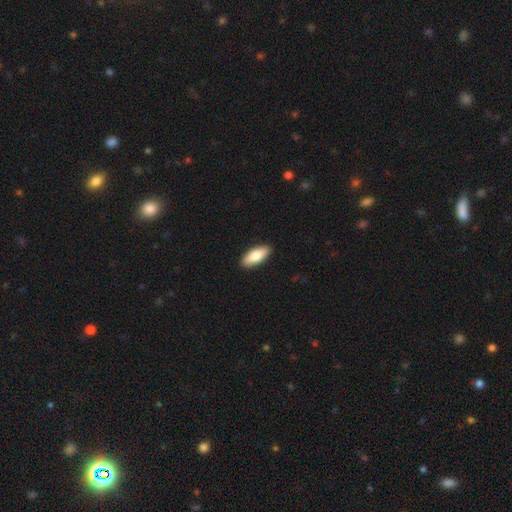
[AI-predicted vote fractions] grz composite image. It shows a smooth galaxy with no disk features (80%) that is in between round and cigar-shaped (79%). Merging: none (90%).